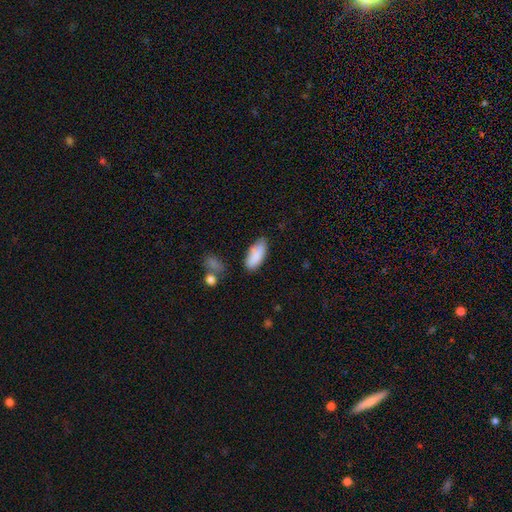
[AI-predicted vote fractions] Smooth or featured? Predicted: smooth (p=0.83). How rounded? Predicted: in between (p=0.84). Merging? Predicted: none (p=0.62).